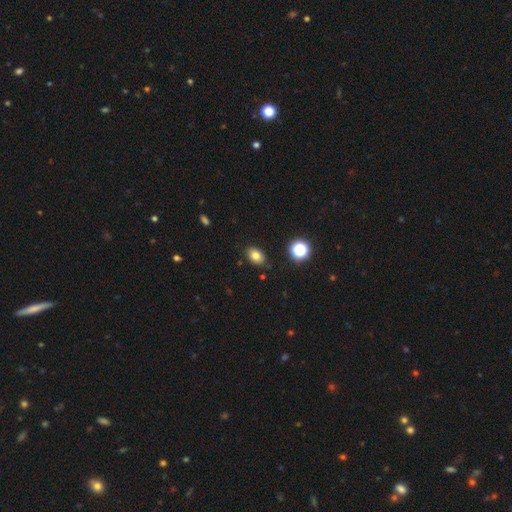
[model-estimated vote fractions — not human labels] Q: Smooth or featured?
A: smooth (79%); runner-up: star or artifact (12%)
Q: How rounded?
A: in between (78%); runner-up: round (20%)
Q: Merging?
A: none (85%); runner-up: minor disturbance (10%)